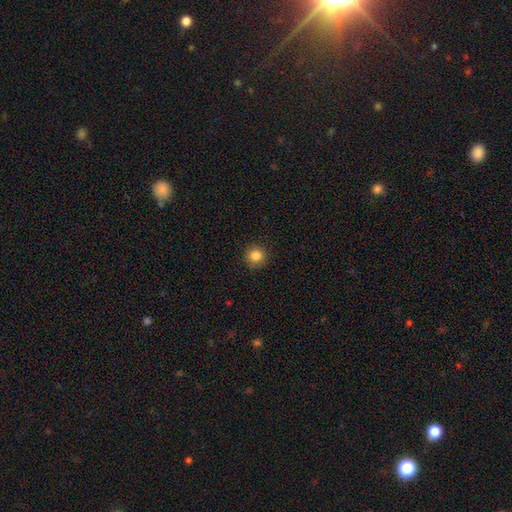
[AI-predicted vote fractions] smooth_or_featured: smooth (p=0.85) [alt: star or artifact p=0.11]
how_rounded: round (p=0.93) [alt: in between p=0.06]
merging: none (p=0.91) [alt: minor disturbance p=0.06]